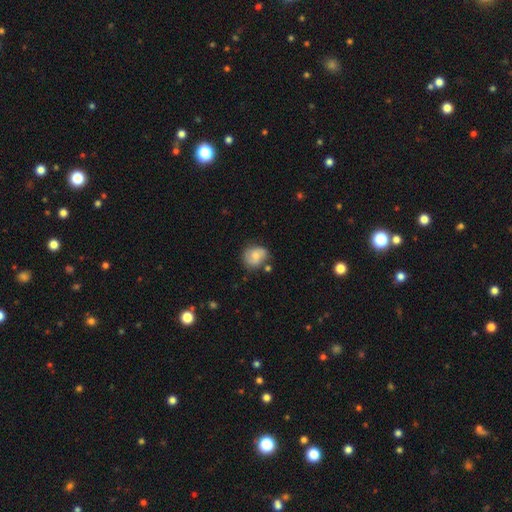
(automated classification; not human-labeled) Overall: smooth (60%; featured or disk 32%). How rounded: round (63%; in between 36%). Merging: none (60%; minor disturbance 26%).